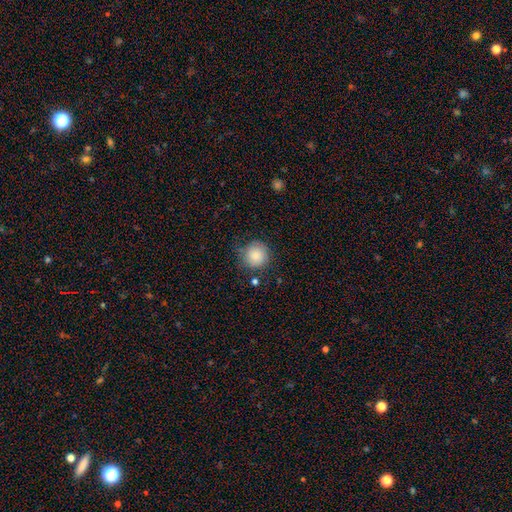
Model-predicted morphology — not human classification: Smooth or featured? Predicted: smooth (p=0.84). How rounded? Predicted: round (p=0.93). Merging? Predicted: none (p=0.75).